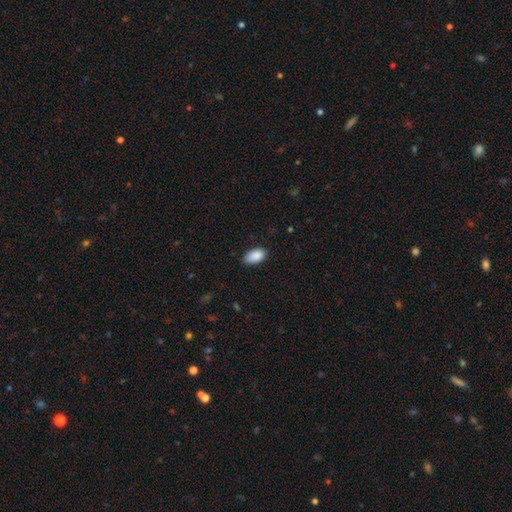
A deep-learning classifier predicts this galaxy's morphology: Smooth or featured? smooth (90%)
How rounded? in between (94%)
Merging? none (81%)